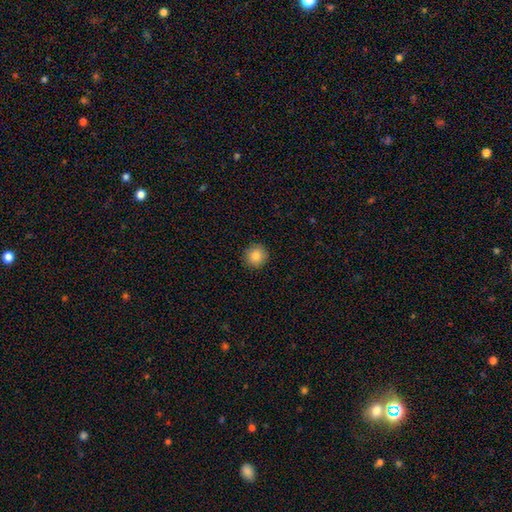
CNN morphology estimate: smooth 85%, star or artifact 9%, featured or disk 6%. Down the decision tree: how rounded — round (93%); merging — none (92%).